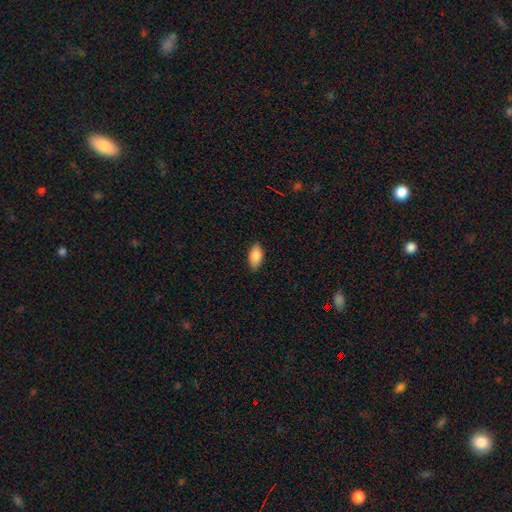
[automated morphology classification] smooth_or_featured: smooth (p=0.89) [alt: star or artifact p=0.07]
how_rounded: in between (p=0.93) [alt: cigar-shaped p=0.04]
merging: none (p=0.86) [alt: minor disturbance p=0.11]